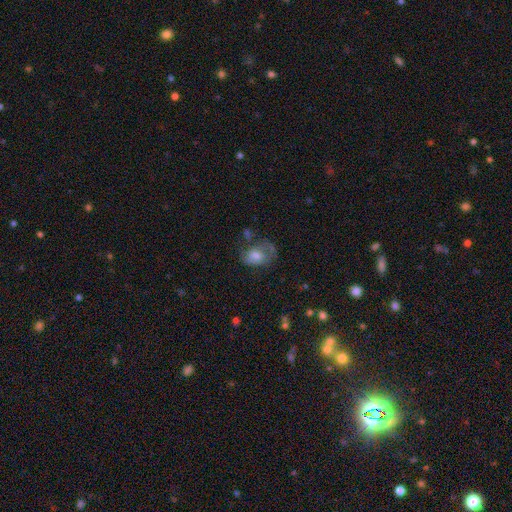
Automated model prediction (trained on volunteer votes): Overall: smooth (51%; featured or disk 38%). How rounded: in between (76%). Merging: none (40%; major disturbance 28%).